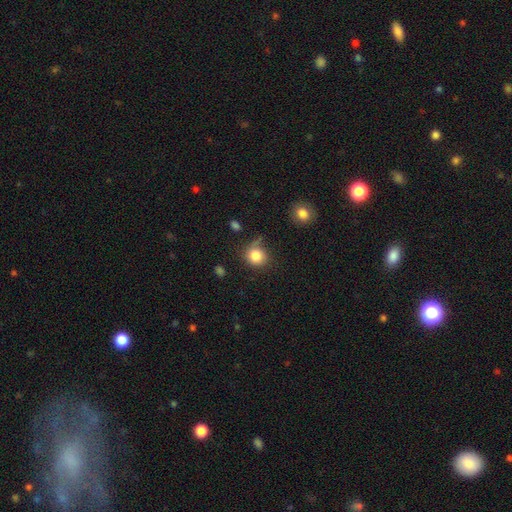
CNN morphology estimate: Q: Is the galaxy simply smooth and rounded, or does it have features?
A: smooth — 83%.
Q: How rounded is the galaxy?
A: round — 85%.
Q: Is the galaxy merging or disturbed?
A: none — 62%.